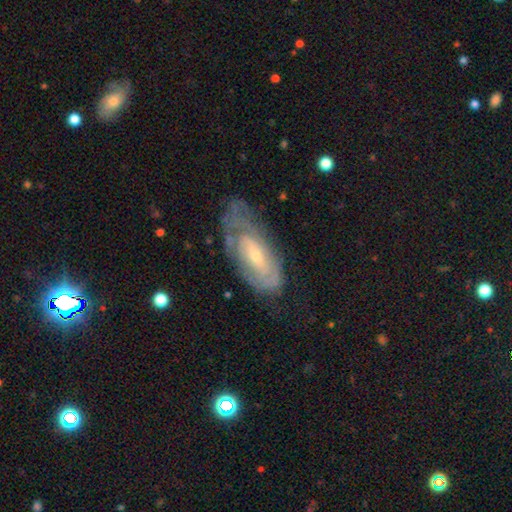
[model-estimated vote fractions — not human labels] Smooth or featured? featured or disk (70%)
Edge-on disk? no (89%)
Bar? no (55%)
Spiral arms? yes (76%)
Bulge size? small (60%)
Merging? none (50%)